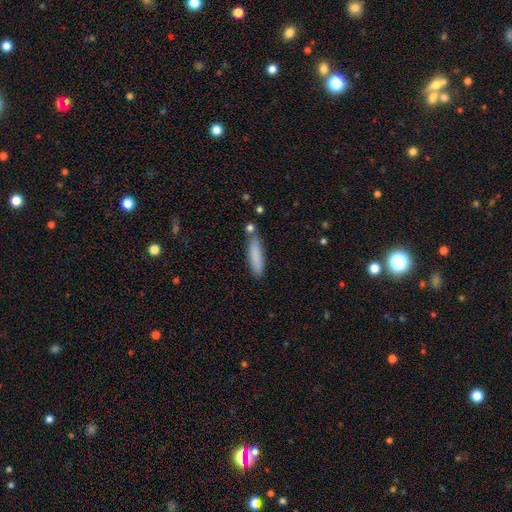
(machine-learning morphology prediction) smooth_or_featured: smooth (p=0.83) [alt: featured or disk p=0.10]
how_rounded: cigar-shaped (p=0.74) [alt: in between p=0.25]
merging: none (p=0.74) [alt: minor disturbance p=0.15]